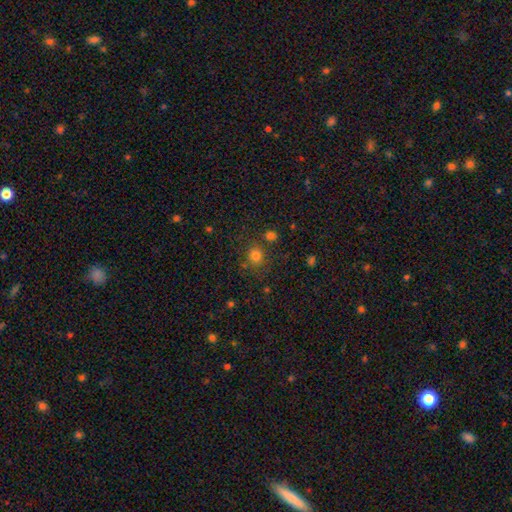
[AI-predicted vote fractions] smooth 78%, star or artifact 16%, featured or disk 6%. Down the decision tree: how rounded — round (81%); merging — none (75%).